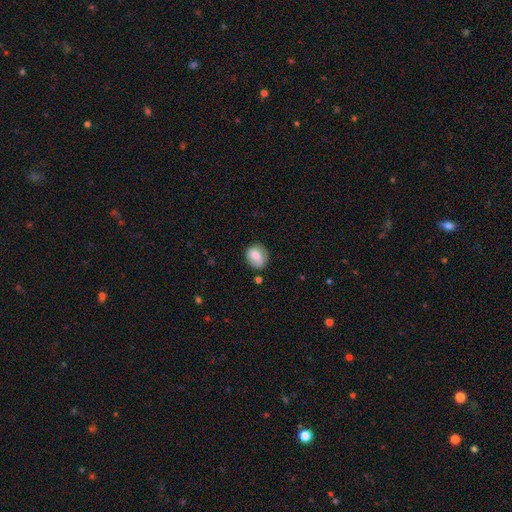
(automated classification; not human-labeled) Smooth or featured? Predicted: smooth (p=0.76). How rounded? Predicted: round (p=0.58). Merging? Predicted: none (p=0.70).